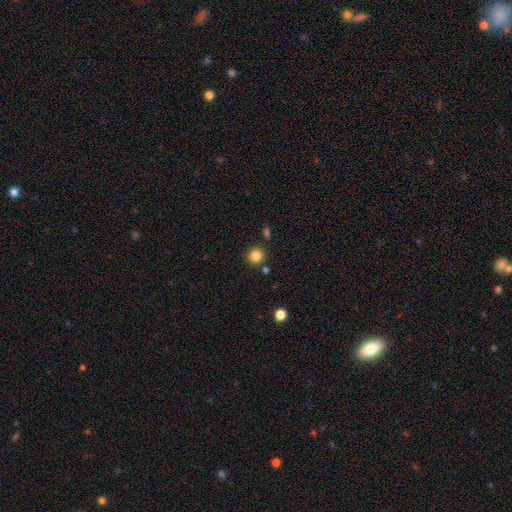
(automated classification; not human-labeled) Smooth or featured? smooth (84%)
How rounded? round (93%)
Merging? none (85%)